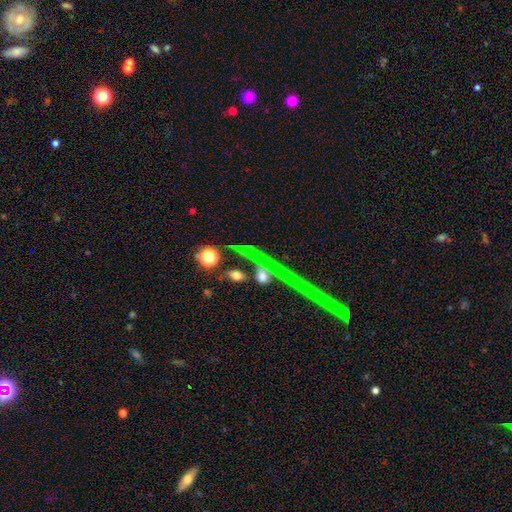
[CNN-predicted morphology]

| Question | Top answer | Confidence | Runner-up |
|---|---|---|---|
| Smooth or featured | star or artifact | 44% | featured or disk (36%) |